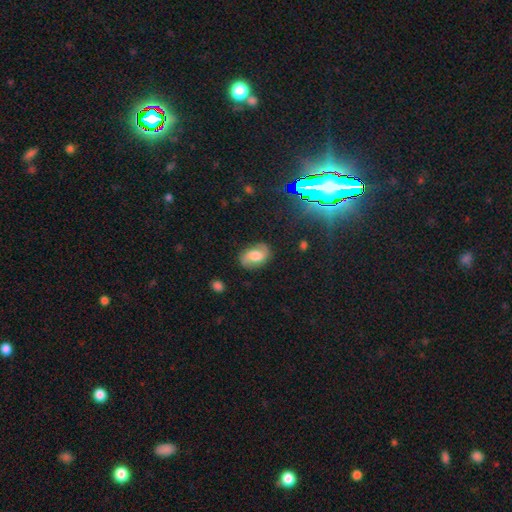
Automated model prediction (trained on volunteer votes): smooth-or-featured: featured or disk: 47% | smooth: 42% | star or artifact: 10%
  merging: none: 77% | minor disturbance: 16% | major disturbance: 5% | merger: 2%